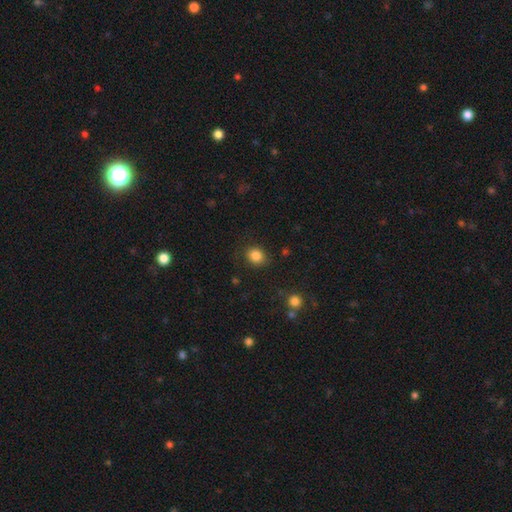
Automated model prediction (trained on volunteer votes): smooth-or-featured: smooth: 84% | star or artifact: 11% | featured or disk: 5%
  how-rounded: round: 70% | in between: 29% | cigar-shaped: 1%
  merging: none: 84% | minor disturbance: 11% | major disturbance: 3% | merger: 2%